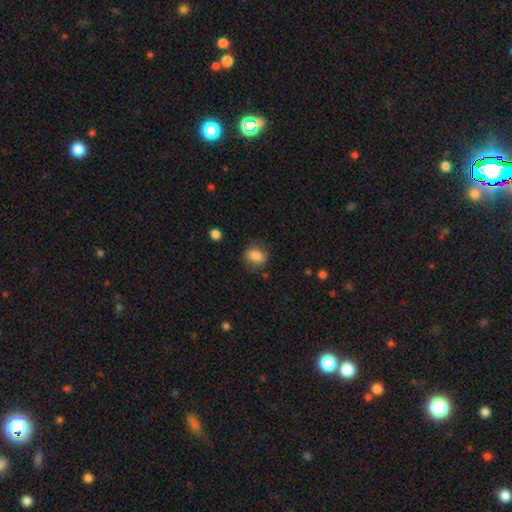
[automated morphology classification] Smooth or featured: smooth — 82% (featured or disk — 9%)
How rounded: in between — 58% (round — 40%)
Merging: none — 77% (minor disturbance — 16%)